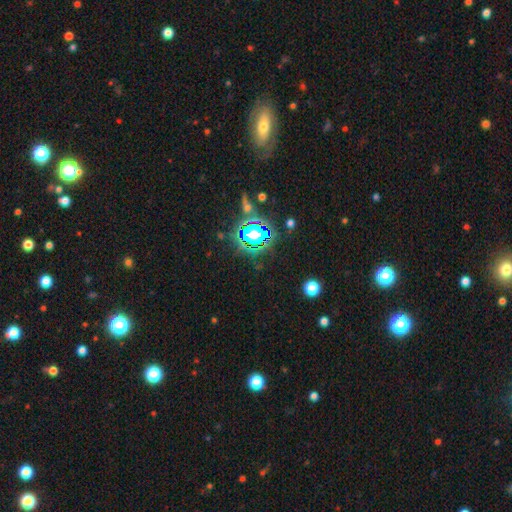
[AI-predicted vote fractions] star or artifact 78%, smooth 14%, featured or disk 9%.